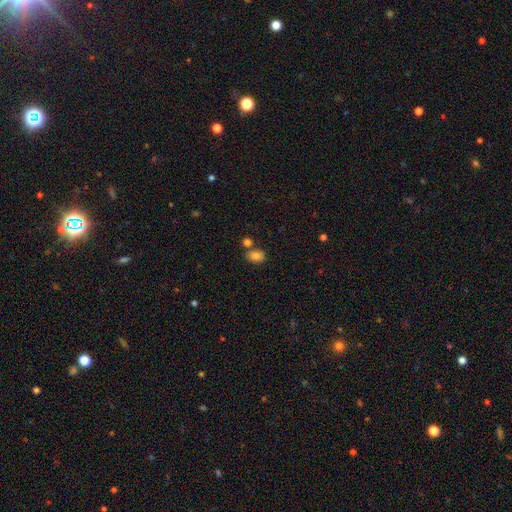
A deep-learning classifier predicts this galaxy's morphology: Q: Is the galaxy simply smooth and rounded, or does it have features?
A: smooth — 83%.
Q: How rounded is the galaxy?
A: in between — 80%.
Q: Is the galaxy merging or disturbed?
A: none — 68%.